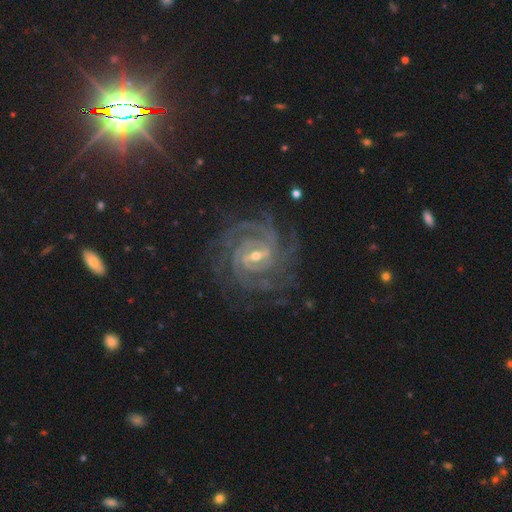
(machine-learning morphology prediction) Overall: featured or disk (90%). Edge-on disk: no (97%). Bar: weak (45%; strong 40%). Spiral arms: yes (99%). Spiral arm count: 4 (29%; 3 19%). Spiral winding: tight (75%). Bulge size: small (62%; moderate 35%). Merging: none (79%).